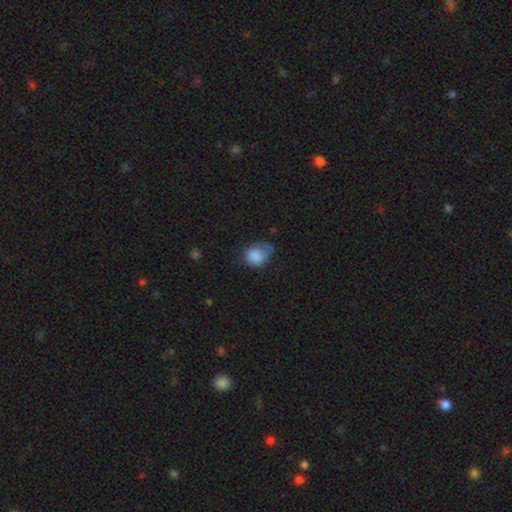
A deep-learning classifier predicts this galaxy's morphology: Smooth or featured?
  - smooth: 82% *
  - star or artifact: 9%
  - featured or disk: 9%
How rounded?
  - round: 50% *
  - in between: 49%
  - cigar-shaped: 1%
Merging?
  - none: 39% *
  - minor disturbance: 38%
  - major disturbance: 20%
  - merger: 3%